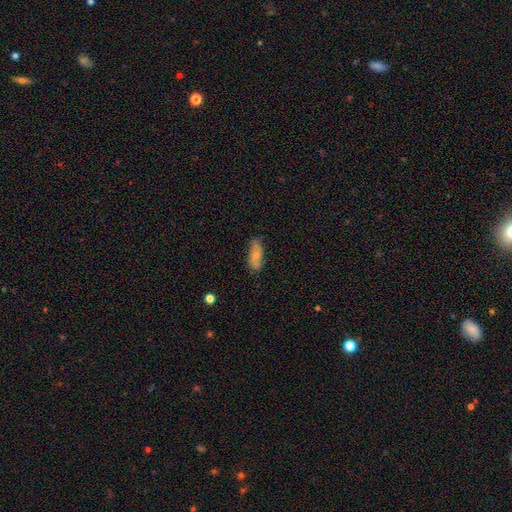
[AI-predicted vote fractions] Smooth or featured: smooth — 69% (featured or disk — 24%)
How rounded: in between — 77% (cigar-shaped — 21%)
Merging: none — 70% (minor disturbance — 22%)